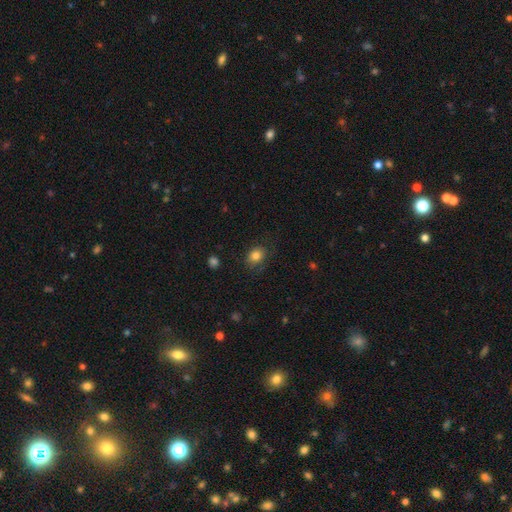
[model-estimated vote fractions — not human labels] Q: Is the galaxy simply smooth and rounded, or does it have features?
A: smooth — 82%.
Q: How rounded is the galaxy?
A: round — 52%.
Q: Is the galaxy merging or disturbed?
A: none — 76%.